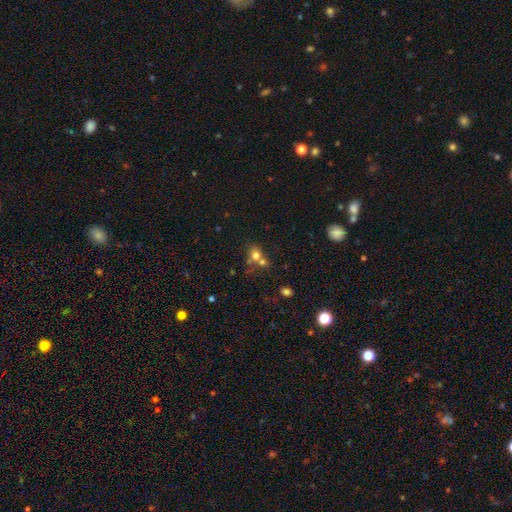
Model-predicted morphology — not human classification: type=smooth (68%); roundness=round (60%); merging=merger (50%).